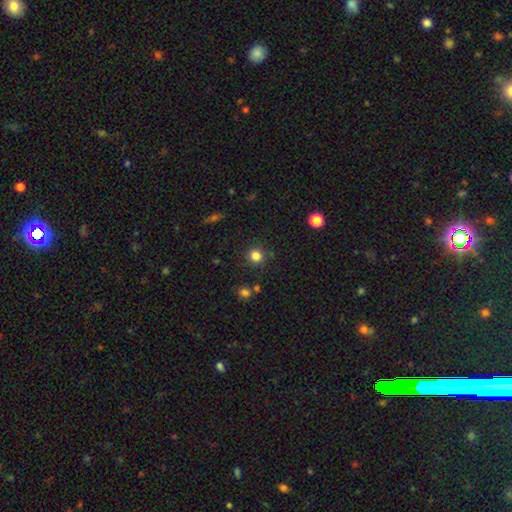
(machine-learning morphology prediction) Q: Smooth or featured?
A: smooth (82%); runner-up: star or artifact (13%)
Q: How rounded?
A: round (93%); runner-up: in between (6%)
Q: Merging?
A: none (88%); runner-up: minor disturbance (7%)